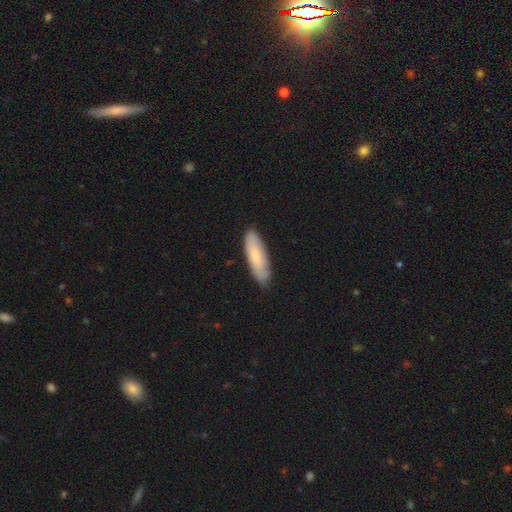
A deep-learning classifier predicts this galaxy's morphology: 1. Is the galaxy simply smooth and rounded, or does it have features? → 76% smooth, 19% featured or disk, 5% star or artifact.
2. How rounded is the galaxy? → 56% cigar-shaped, 42% in between, 1% round.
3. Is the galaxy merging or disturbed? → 85% none, 12% minor disturbance, 2% major disturbance, 1% merger.